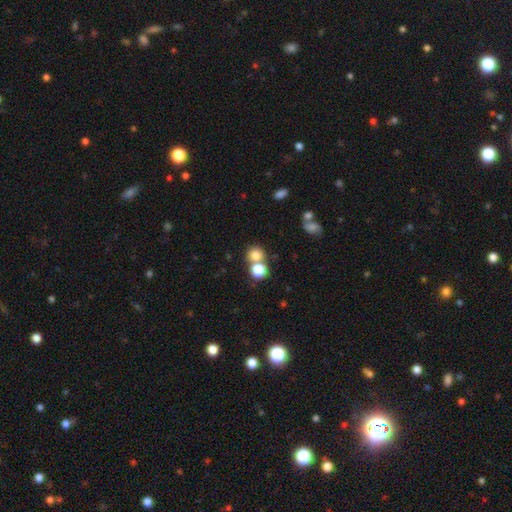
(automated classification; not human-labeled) Q: Smooth or featured?
A: smooth (76%); runner-up: star or artifact (15%)
Q: How rounded?
A: round (87%); runner-up: in between (12%)
Q: Merging?
A: none (56%); runner-up: merger (33%)